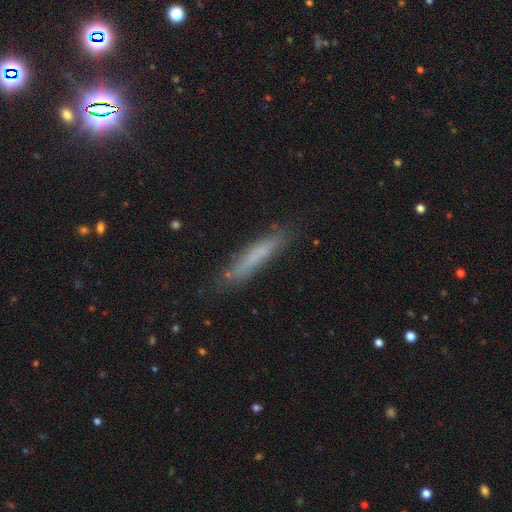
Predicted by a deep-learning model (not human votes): smooth 61%, featured or disk 29%, star or artifact 10%. Down the decision tree: how rounded — cigar-shaped (91%); merging — none (75%).